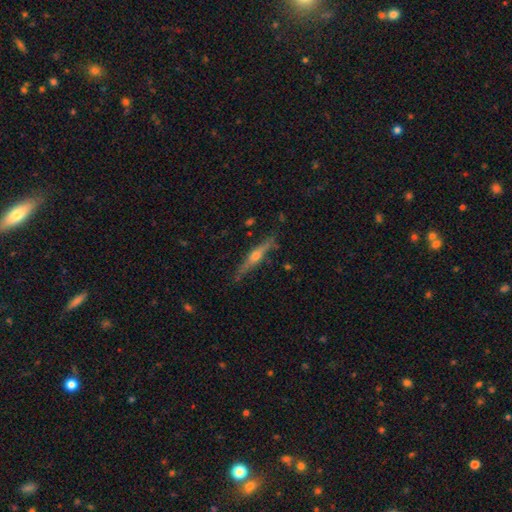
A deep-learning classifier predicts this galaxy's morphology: This appears to be a featured or disk galaxy (71%) viewed edge-on (96%) with a rounded central bulge (90%). Merging: none (82%).